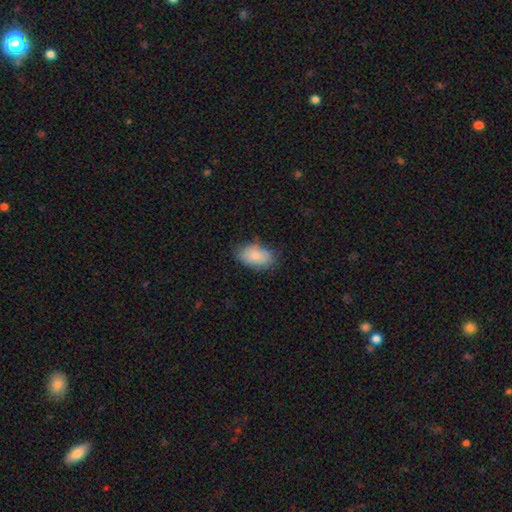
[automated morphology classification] Q: Smooth or featured?
A: smooth (83%); runner-up: featured or disk (10%)
Q: How rounded?
A: in between (93%); runner-up: round (5%)
Q: Merging?
A: none (73%); runner-up: minor disturbance (21%)